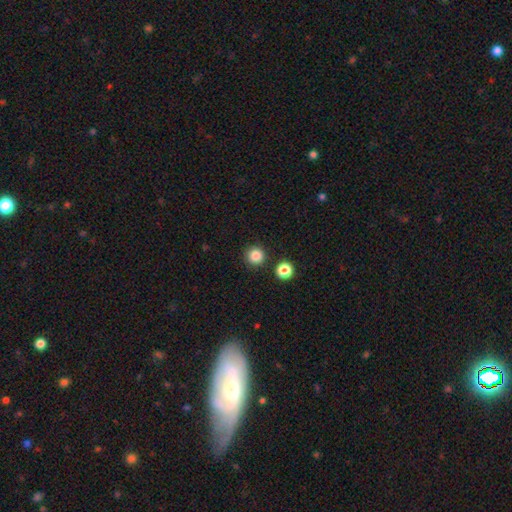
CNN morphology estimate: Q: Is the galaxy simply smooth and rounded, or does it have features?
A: smooth — 85%.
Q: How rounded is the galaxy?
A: round — 95%.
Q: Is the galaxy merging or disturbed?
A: none — 90%.